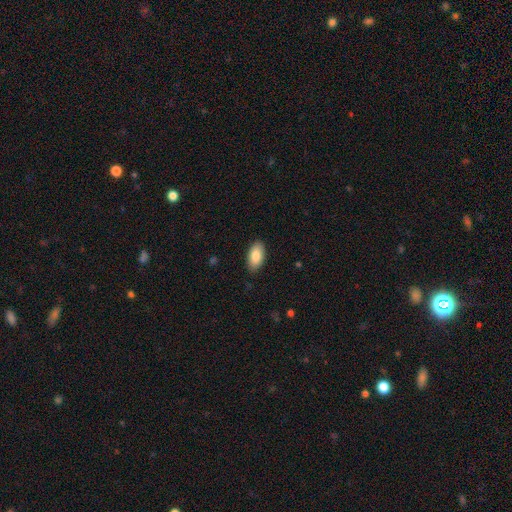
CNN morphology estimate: smooth_or_featured: smooth (p=0.86) [alt: featured or disk p=0.08]
how_rounded: in between (p=0.94) [alt: cigar-shaped p=0.03]
merging: none (p=0.88) [alt: minor disturbance p=0.09]